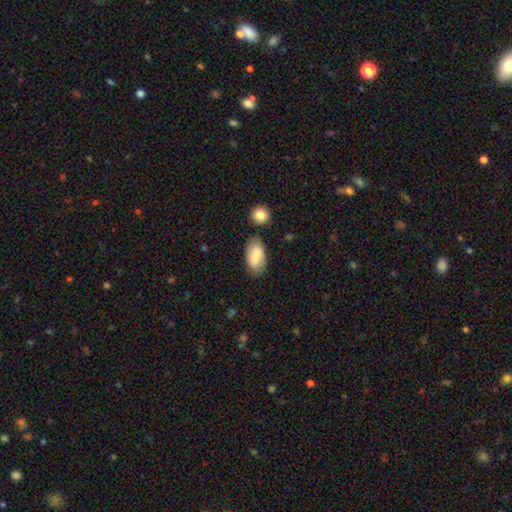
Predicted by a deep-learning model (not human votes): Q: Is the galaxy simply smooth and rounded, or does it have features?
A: smooth — 82%.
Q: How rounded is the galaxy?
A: in between — 93%.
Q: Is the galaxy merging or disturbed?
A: none — 74%.